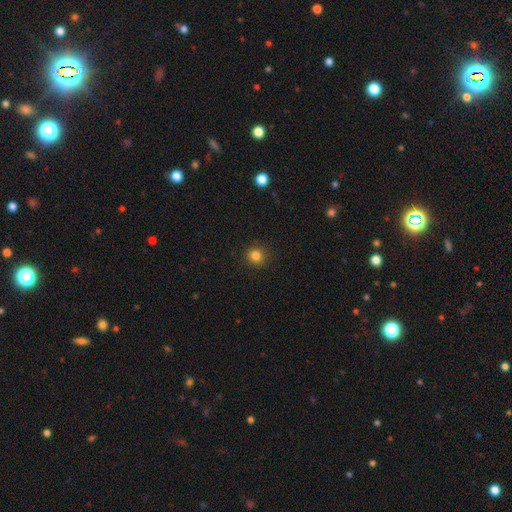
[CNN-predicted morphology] The model was most divided on "smooth or featured": smooth: 83%, star or artifact: 13%, featured or disk: 4%. More confident: merging — none (91%); how rounded — round (90%).